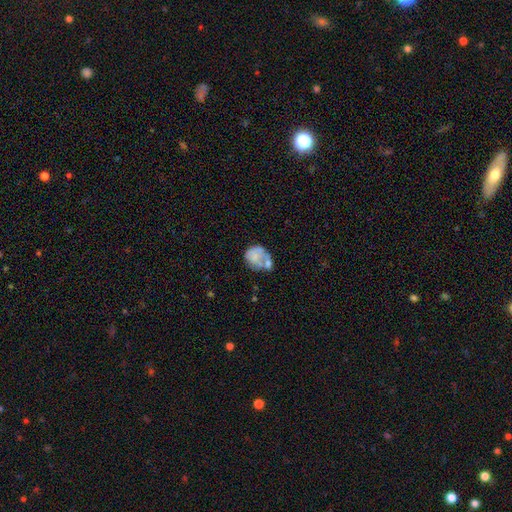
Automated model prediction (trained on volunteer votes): smooth_or_featured: smooth (p=0.54) [alt: featured or disk p=0.37]
how_rounded: round (p=0.61) [alt: in between p=0.38]
merging: none (p=0.31) [alt: merger p=0.27]